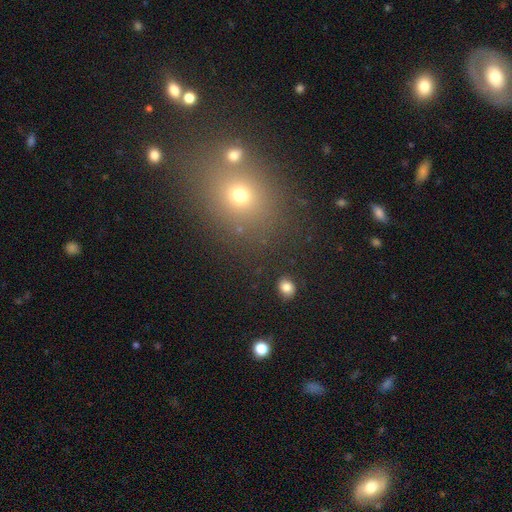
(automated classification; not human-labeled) Morphology: type=smooth (57%); roundness=round (60%); merging=none (78%).